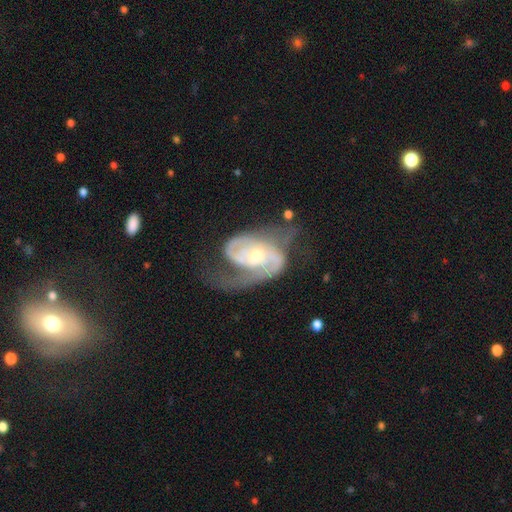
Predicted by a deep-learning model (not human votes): smooth_or_featured: featured or disk (p=0.88) [alt: smooth p=0.08]
disk_edge_on: no (p=0.97) [alt: yes p=0.03]
bar: no (p=0.56) [alt: weak p=0.35]
has_spiral_arms: yes (p=0.95) [alt: no p=0.05]
spiral_winding: medium (p=0.46) [alt: tight p=0.28]
spiral_arm_count: 2 (p=0.71) [alt: 1 p=0.13]
bulge_size: moderate (p=0.51) [alt: small p=0.42]
merging: none (p=0.42) [alt: major disturbance p=0.34]